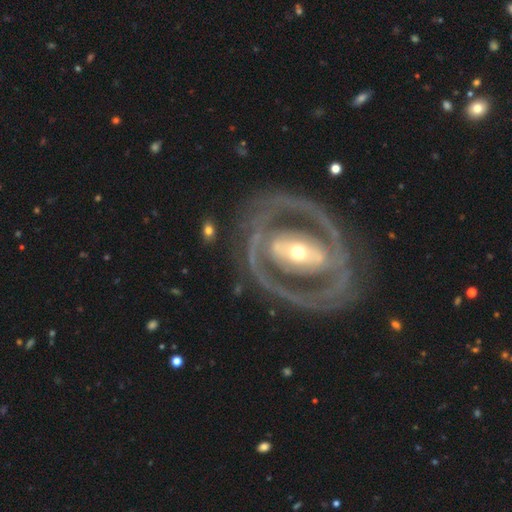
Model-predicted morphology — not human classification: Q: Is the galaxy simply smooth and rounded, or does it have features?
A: featured or disk — 84%.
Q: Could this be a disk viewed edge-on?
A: no — 95%.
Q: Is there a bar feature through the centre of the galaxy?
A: strong — 44%.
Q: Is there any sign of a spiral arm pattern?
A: yes — 61%.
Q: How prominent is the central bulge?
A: moderate — 53%.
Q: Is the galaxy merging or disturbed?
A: none — 73%.